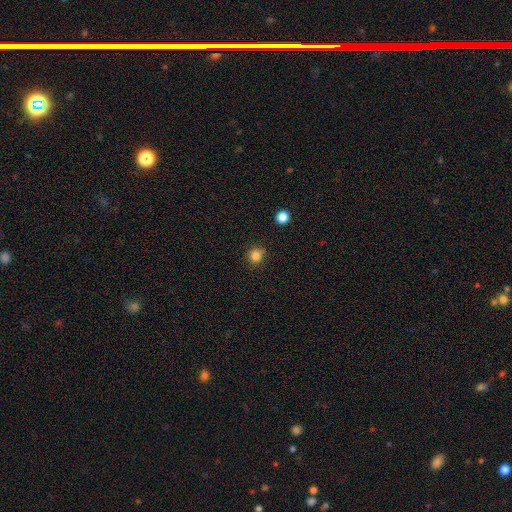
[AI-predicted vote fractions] This appears to be a smooth galaxy with no disk features (83%) that is round (91%). Merging: none (85%).